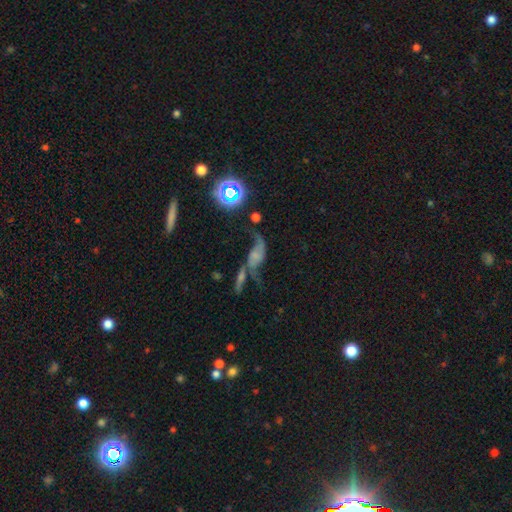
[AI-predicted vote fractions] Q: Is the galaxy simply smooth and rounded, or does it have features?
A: featured or disk — 60%.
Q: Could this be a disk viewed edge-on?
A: no — 91%.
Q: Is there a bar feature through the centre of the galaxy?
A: no — 71%.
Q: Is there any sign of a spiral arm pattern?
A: yes — 80%.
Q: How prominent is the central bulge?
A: none — 46%.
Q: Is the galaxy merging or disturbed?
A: merger — 40%.